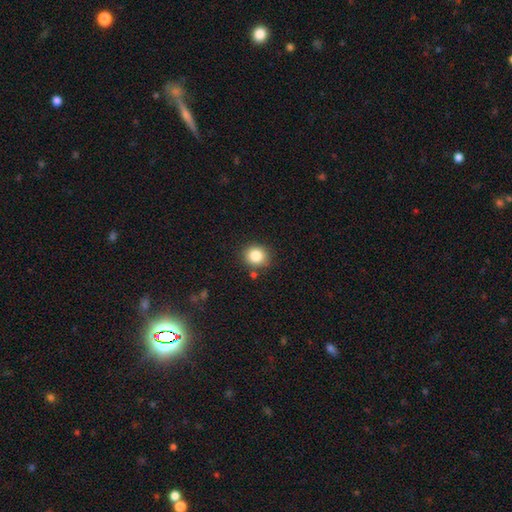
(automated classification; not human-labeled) smooth 84%, star or artifact 10%, featured or disk 6%. Down the decision tree: how rounded — round (85%); merging — none (84%).